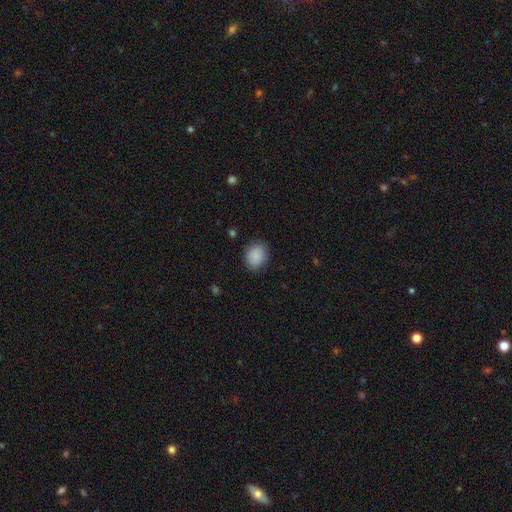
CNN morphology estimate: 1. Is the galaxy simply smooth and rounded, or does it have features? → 89% smooth, 7% star or artifact, 4% featured or disk.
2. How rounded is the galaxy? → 52% round, 47% in between, 1% cigar-shaped.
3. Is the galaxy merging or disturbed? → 83% none, 13% minor disturbance, 3% major disturbance, 1% merger.